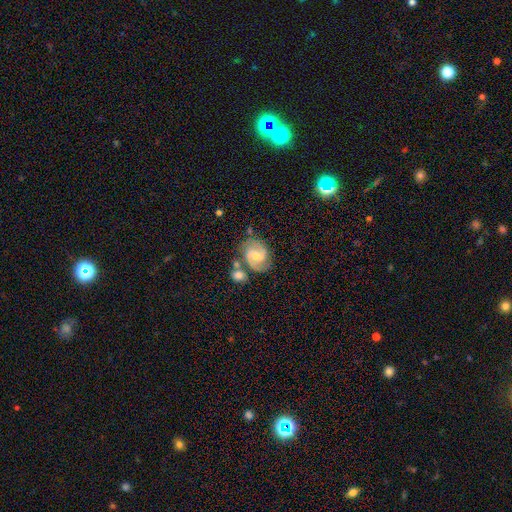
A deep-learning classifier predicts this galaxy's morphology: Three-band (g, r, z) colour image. It shows a featured or disk galaxy (87%) with a weak bar (49%), 2 (92%) medium (55%) spiral arms (98%) and a moderate central bulge (47%). Merging: none (68%).